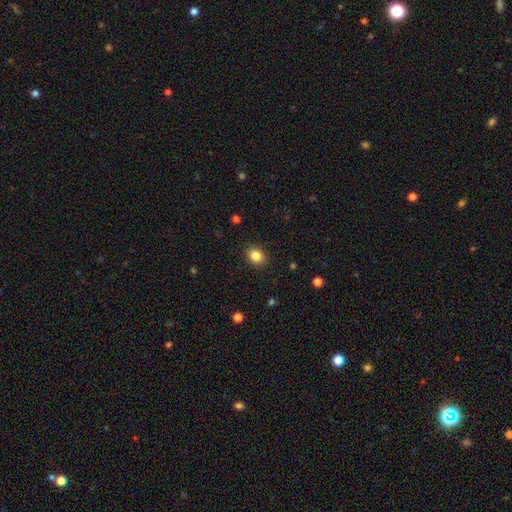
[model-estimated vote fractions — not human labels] smooth-or-featured: smooth: 85% | star or artifact: 11% | featured or disk: 4%
  how-rounded: round: 73% | in between: 26% | cigar-shaped: 1%
  merging: none: 91% | minor disturbance: 6% | major disturbance: 2% | merger: 1%